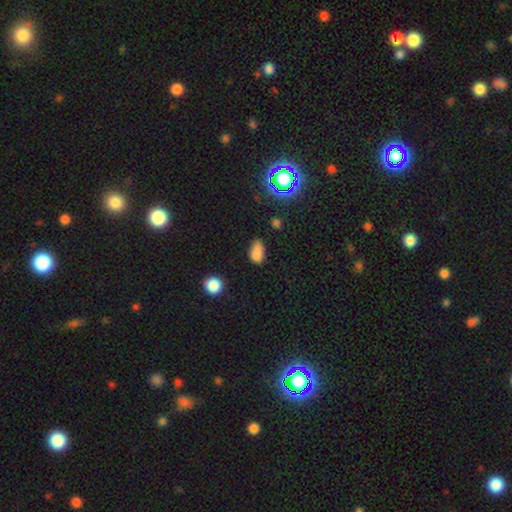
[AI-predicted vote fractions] smooth 78%, star or artifact 16%, featured or disk 7%. Down the decision tree: how rounded — in between (86%); merging — none (53%).